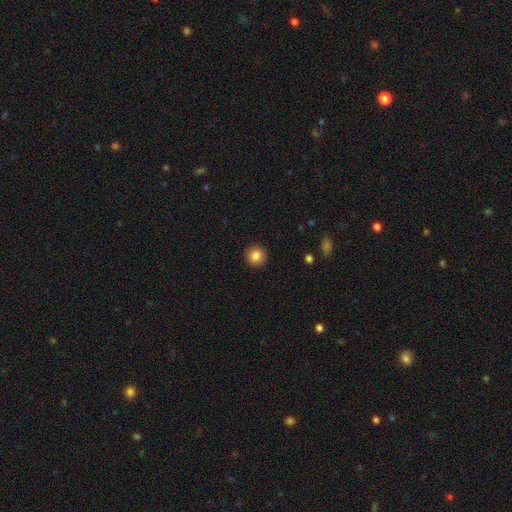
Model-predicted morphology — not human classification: This is clearly a smooth galaxy (85%). How rounded: clearly round (93%). Merging: clearly none (92%).